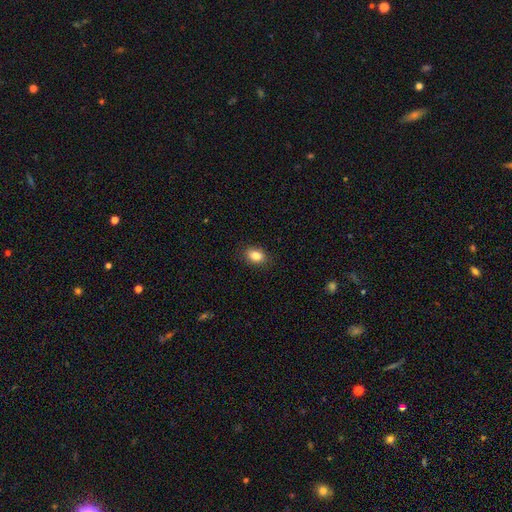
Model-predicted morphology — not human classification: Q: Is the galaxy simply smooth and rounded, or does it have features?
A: smooth — 85%.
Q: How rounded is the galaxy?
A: in between — 78%.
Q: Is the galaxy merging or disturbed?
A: none — 87%.